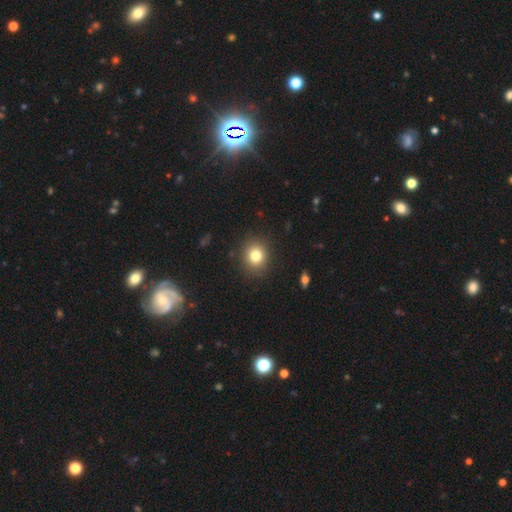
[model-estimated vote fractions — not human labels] Overall: smooth (80%). How rounded: round (77%). Merging: none (89%).